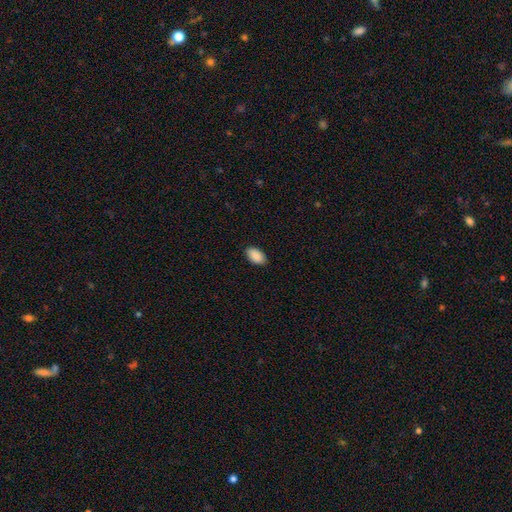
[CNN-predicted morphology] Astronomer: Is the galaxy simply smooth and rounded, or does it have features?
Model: smooth — 91%.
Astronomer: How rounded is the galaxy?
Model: in between — 94%.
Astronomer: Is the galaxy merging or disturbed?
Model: none — 88%.